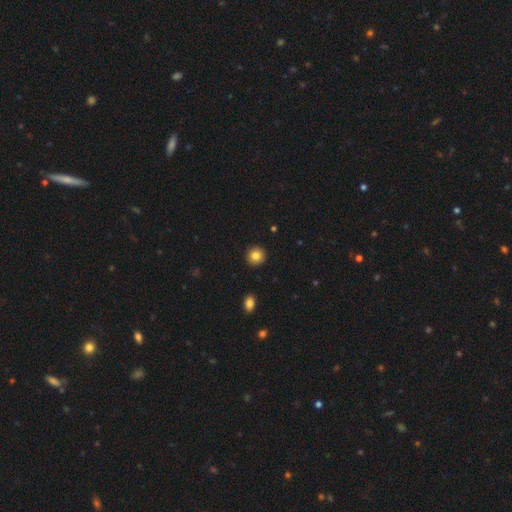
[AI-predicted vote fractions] Smooth or featured?
  - smooth: 84% *
  - star or artifact: 9%
  - featured or disk: 7%
How rounded?
  - round: 92% *
  - in between: 7%
  - cigar-shaped: 1%
Merging?
  - none: 92% *
  - minor disturbance: 5%
  - major disturbance: 2%
  - merger: 1%